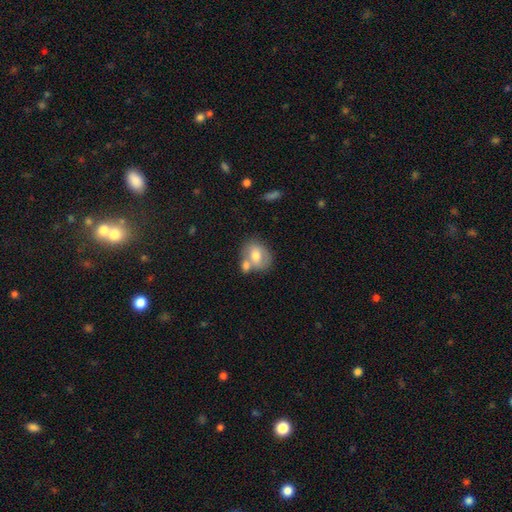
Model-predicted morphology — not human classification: Q: Smooth or featured?
A: smooth (66%); runner-up: featured or disk (27%)
Q: How rounded?
A: in between (52%); runner-up: round (47%)
Q: Merging?
A: merger (42%); runner-up: none (41%)